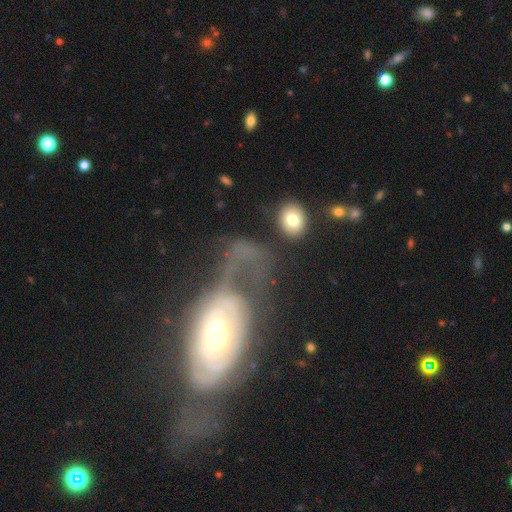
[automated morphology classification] This is possibly a featured or disk galaxy (52%). It is clearly not viewed edge-on (90%). Merging: marginally major disturbance (36%).